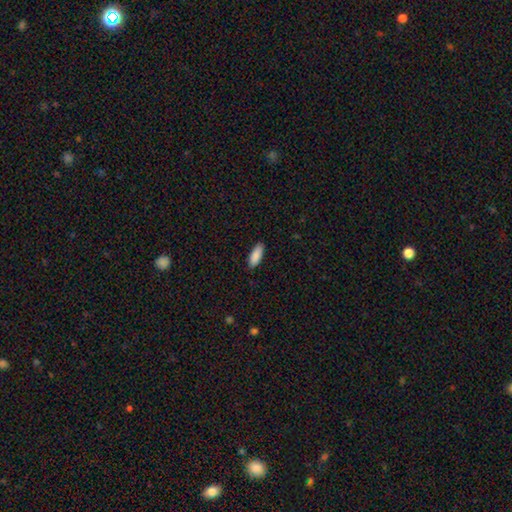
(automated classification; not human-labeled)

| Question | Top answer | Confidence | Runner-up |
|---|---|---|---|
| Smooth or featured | smooth | 90% | star or artifact (6%) |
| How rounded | in between | 69% | cigar-shaped (29%) |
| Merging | none | 88% | minor disturbance (10%) |